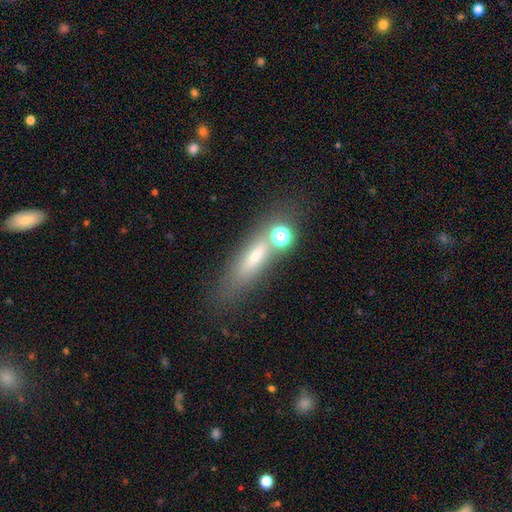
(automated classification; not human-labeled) Overall: smooth (58%; featured or disk 25%). How rounded: cigar-shaped (57%; in between 36%). Merging: none (60%).